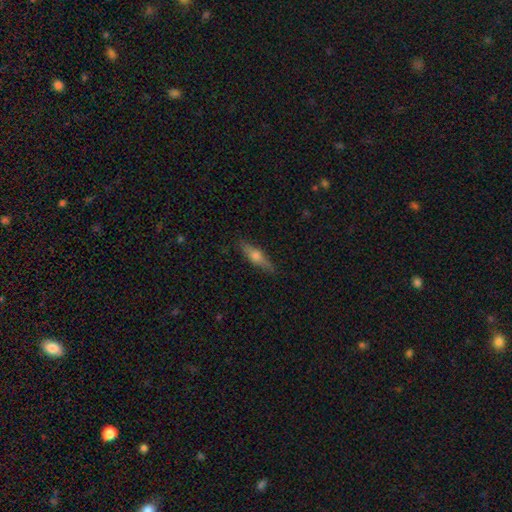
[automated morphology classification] type=featured or disk (53%); edge-on=yes (93%); merging=none (87%).